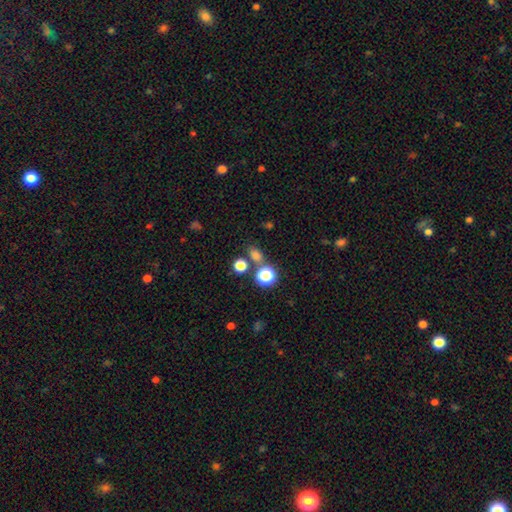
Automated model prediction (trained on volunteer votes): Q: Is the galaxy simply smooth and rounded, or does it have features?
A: smooth — 71%.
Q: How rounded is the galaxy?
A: round — 49%, tied with in between.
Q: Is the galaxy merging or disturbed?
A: none — 69%.